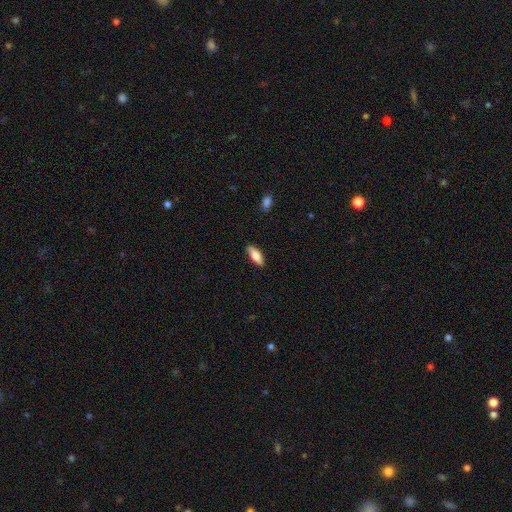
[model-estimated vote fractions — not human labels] A smooth galaxy with no disk features (77%) that is in between round and cigar-shaped (68%). Merging: none (86%).